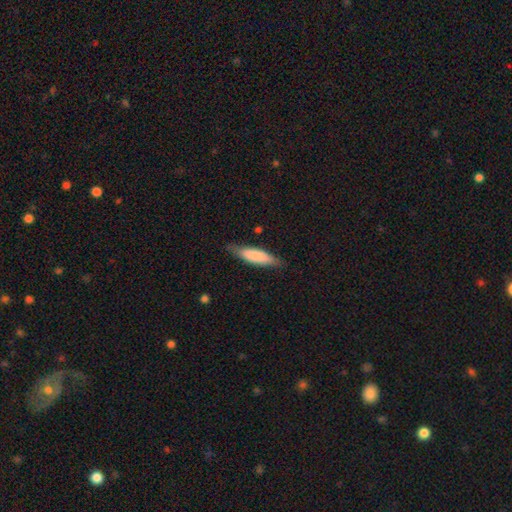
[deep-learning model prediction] A smooth galaxy with no disk features (78%) that is cigar-shaped (63%).

Vote fractions:
- Smooth or featured? smooth: 78% / featured or disk: 17% / star or artifact: 6%
- How rounded? cigar-shaped: 63% / in between: 36% / round: 1%
- Merging? none: 78% / minor disturbance: 17% / major disturbance: 3% / merger: 1%